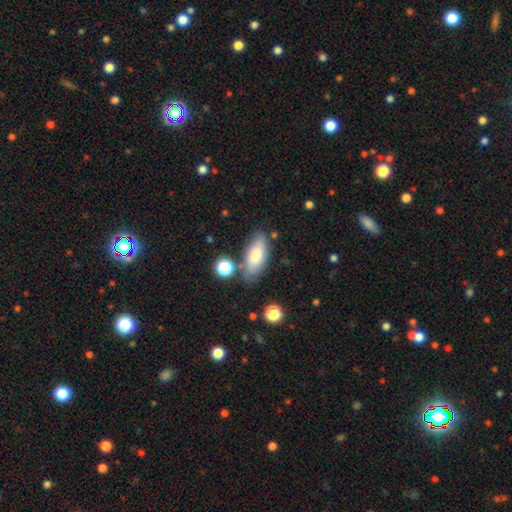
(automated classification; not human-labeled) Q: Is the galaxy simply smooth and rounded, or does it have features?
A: smooth — 74%.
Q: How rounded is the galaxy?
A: in between — 84%.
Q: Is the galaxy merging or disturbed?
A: none — 71%.